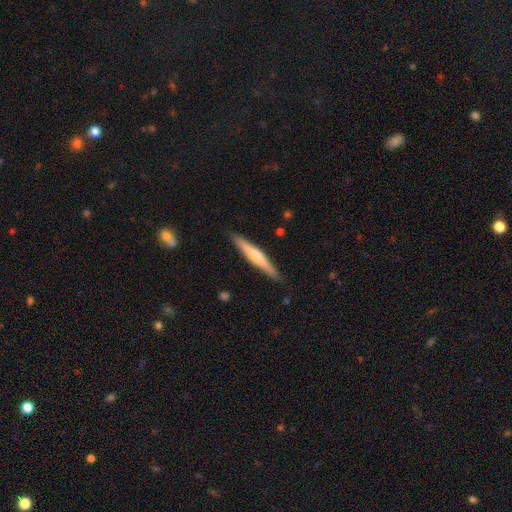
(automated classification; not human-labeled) Smooth or featured? featured or disk (50%)
Edge-on disk? yes (96%)
Merging? none (87%)